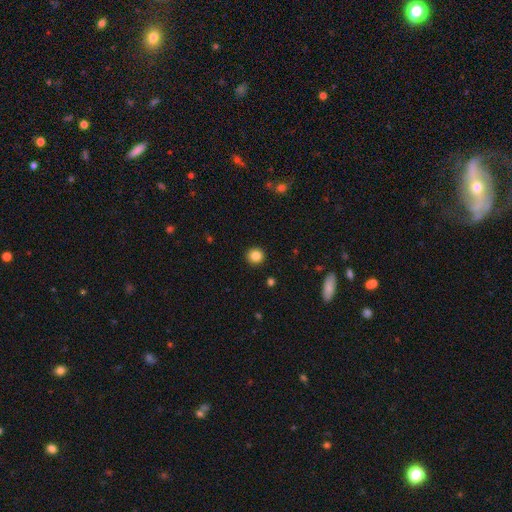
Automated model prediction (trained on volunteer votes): smooth 85%, star or artifact 11%, featured or disk 4%. Down the decision tree: how rounded — round (91%); merging — none (92%).